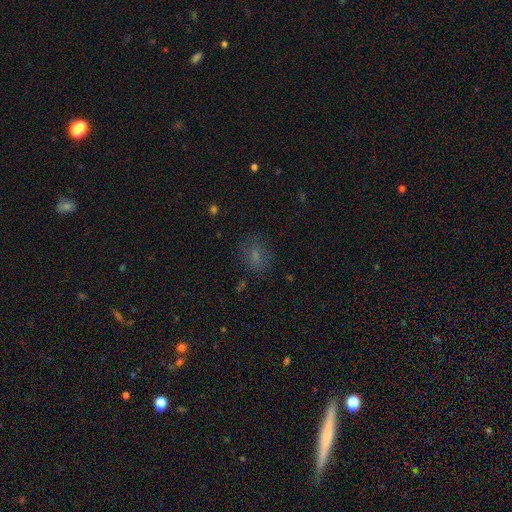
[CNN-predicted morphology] smooth_or_featured: smooth (p=0.67) [alt: star or artifact p=0.18]
how_rounded: in between (p=0.56) [alt: round p=0.42]
merging: none (p=0.77) [alt: minor disturbance p=0.15]